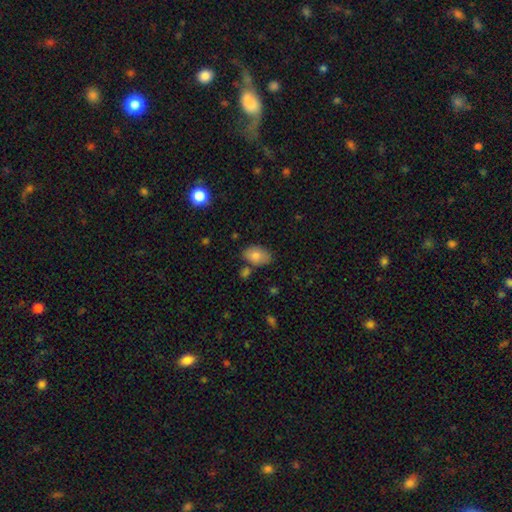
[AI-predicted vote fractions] This appears to be a smooth galaxy with no disk features (80%) that is in between round and cigar-shaped (88%). Merging: none (73%).